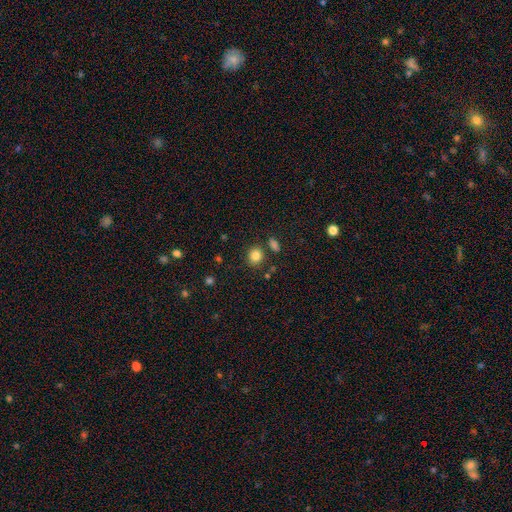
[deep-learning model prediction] smooth 84%, star or artifact 11%, featured or disk 5%. Down the decision tree: how rounded — round (77%); merging — none (81%).